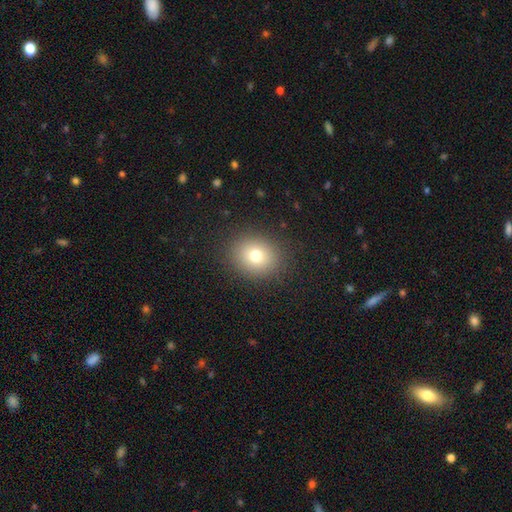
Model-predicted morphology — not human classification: smooth 75%, star or artifact 14%, featured or disk 11%. Down the decision tree: how rounded — round (65%); merging — none (88%).